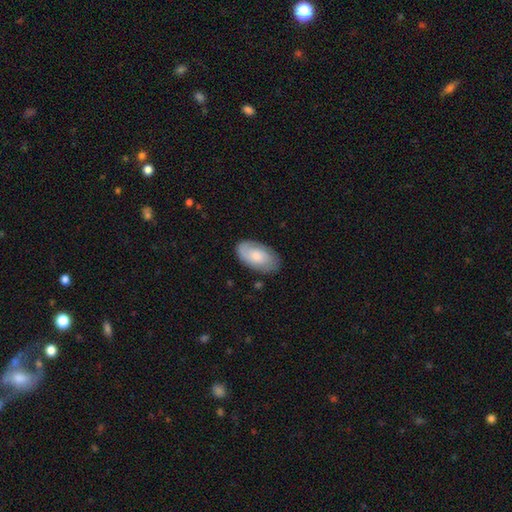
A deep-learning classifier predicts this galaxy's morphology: smooth-or-featured: smooth: 61% | featured or disk: 32% | star or artifact: 6%
  how-rounded: in between: 95% | round: 4% | cigar-shaped: 2%
  merging: none: 79% | minor disturbance: 16% | major disturbance: 4% | merger: 1%